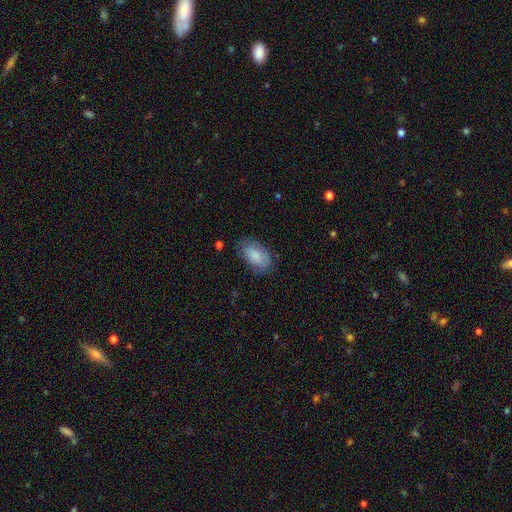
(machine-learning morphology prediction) A smooth galaxy with no disk features (83%) that is in between round and cigar-shaped (94%). Merging: none (74%).